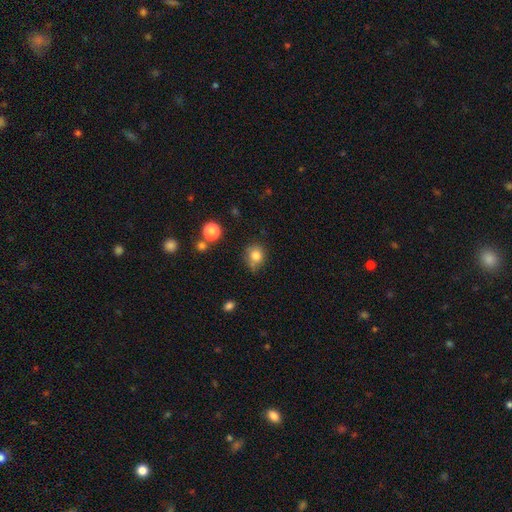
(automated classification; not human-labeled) Smooth or featured: smooth — 81% (star or artifact — 11%)
How rounded: round — 76% (in between — 23%)
Merging: none — 65% (minor disturbance — 22%)